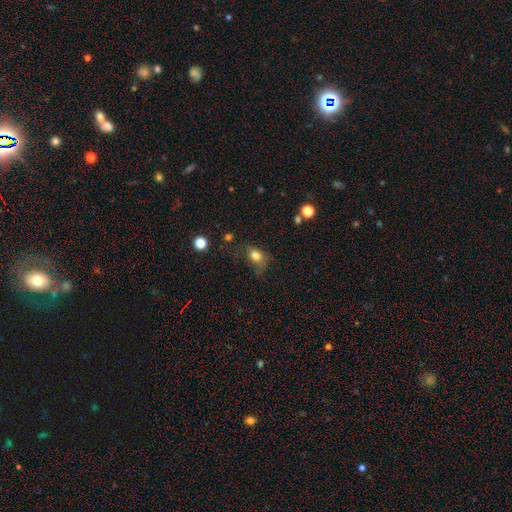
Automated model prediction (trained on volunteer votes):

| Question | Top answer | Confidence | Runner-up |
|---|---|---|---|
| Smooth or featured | smooth | 79% | star or artifact (11%) |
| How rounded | in between | 68% | round (31%) |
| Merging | none | 45% | minor disturbance (31%) |